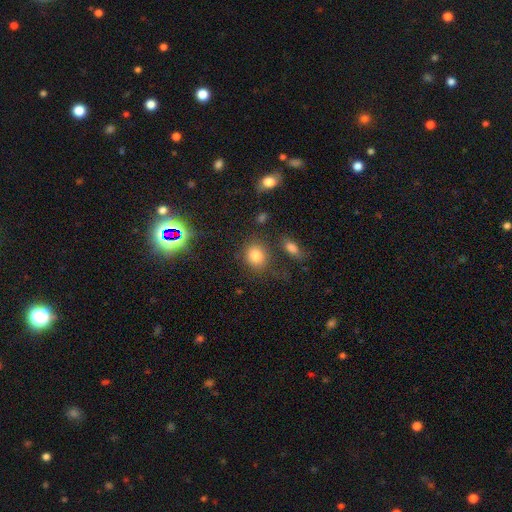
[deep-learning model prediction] smooth_or_featured: smooth (p=0.80) [alt: star or artifact p=0.13]
how_rounded: round (p=0.72) [alt: in between p=0.27]
merging: none (p=0.77) [alt: minor disturbance p=0.12]